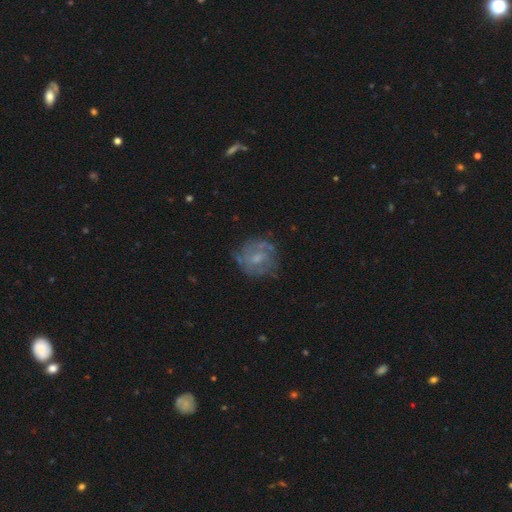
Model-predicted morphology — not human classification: A featured or disk galaxy (60%) with no bar (50%), spiral arms (77%) and a small central bulge (49%). Merging: none (75%).